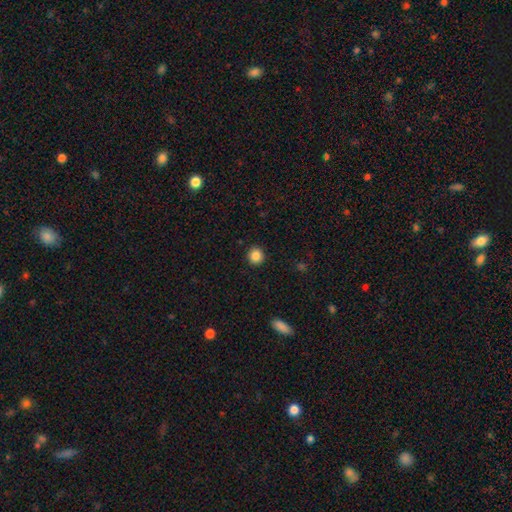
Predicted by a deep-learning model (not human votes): A smooth galaxy with no disk features (86%) that is round (91%).

Vote fractions:
- Smooth or featured? smooth: 86% / star or artifact: 10% / featured or disk: 4%
- How rounded? round: 91% / in between: 8% / cigar-shaped: 1%
- Merging? none: 92% / minor disturbance: 5% / major disturbance: 2% / merger: 1%